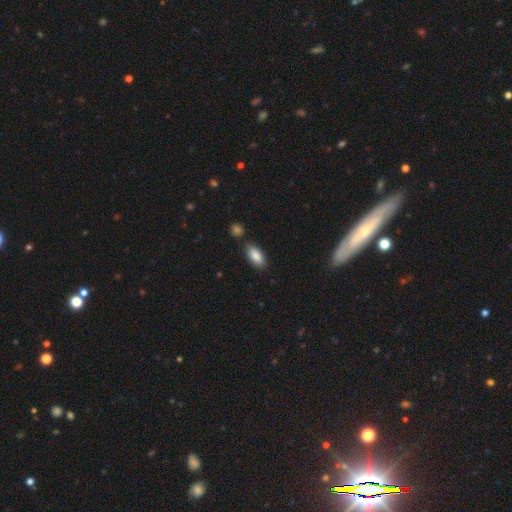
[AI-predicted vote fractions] smooth_or_featured: smooth (p=0.88) [alt: star or artifact p=0.07]
how_rounded: in between (p=0.89) [alt: cigar-shaped p=0.08]
merging: none (p=0.78) [alt: minor disturbance p=0.12]